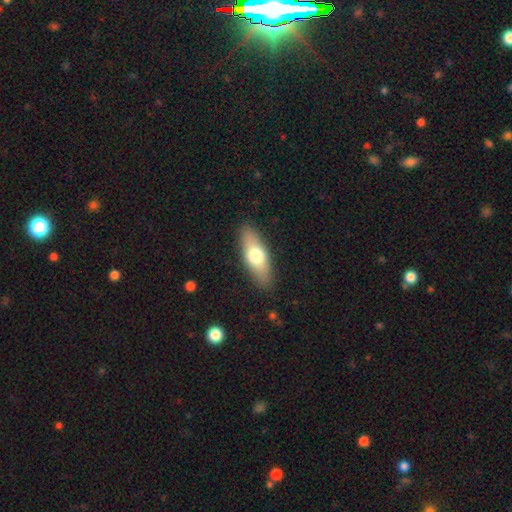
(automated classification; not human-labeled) smooth 65%, featured or disk 29%, star or artifact 6%. Down the decision tree: how rounded — in between (61%); merging — none (87%).